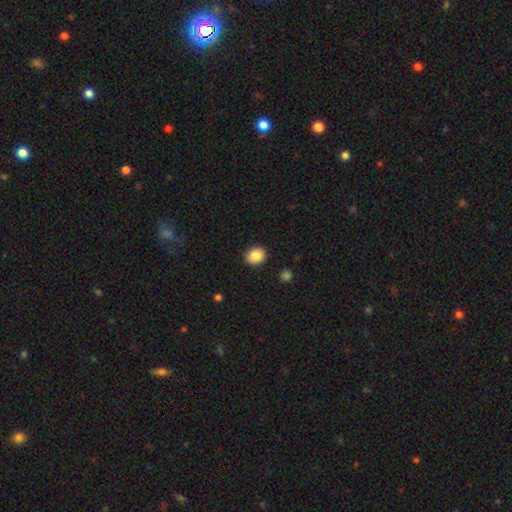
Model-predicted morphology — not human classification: Smooth or featured? smooth (88%)
How rounded? round (69%)
Merging? none (90%)